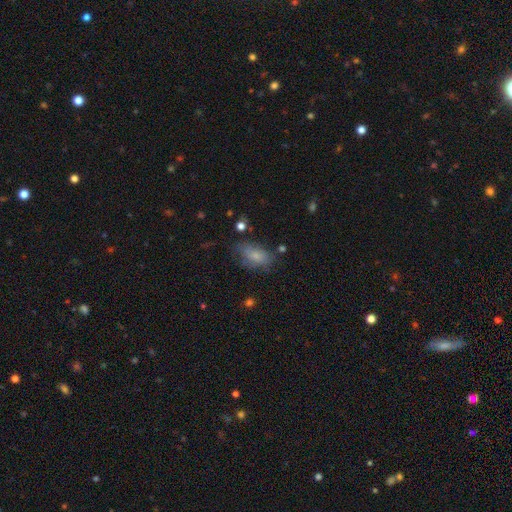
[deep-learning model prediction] Smooth or featured? Predicted: smooth (p=0.76). How rounded? Predicted: in between (p=0.89). Merging? Predicted: none (p=0.57).